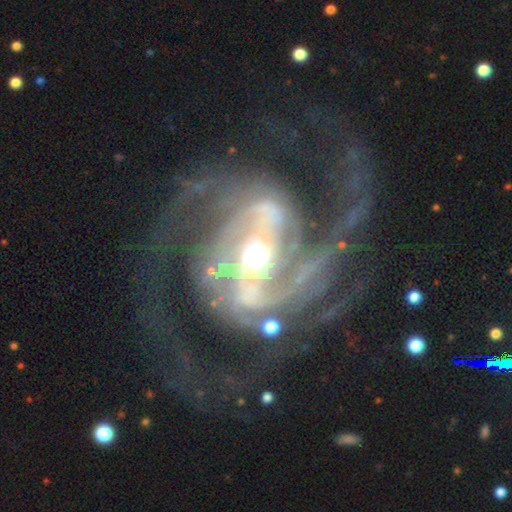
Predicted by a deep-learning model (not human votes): The model was most divided on "bar": strong: 50%, weak: 31%, no: 18%. More confident: spiral arms — yes (98%); edge-on disk — no (98%); smooth or featured — featured or disk (93%); bulge size — moderate (64%); merging — none (60%); spiral winding — medium (54%); spiral arm count — 2 (53%).